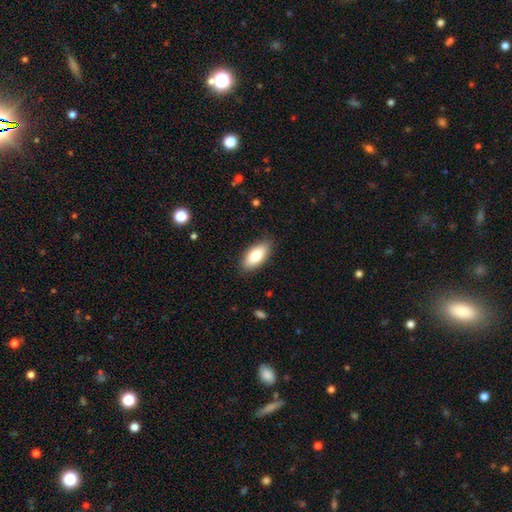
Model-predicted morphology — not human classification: This is clearly a smooth galaxy (80%). How rounded: clearly in between (89%). Merging: clearly none (86%).